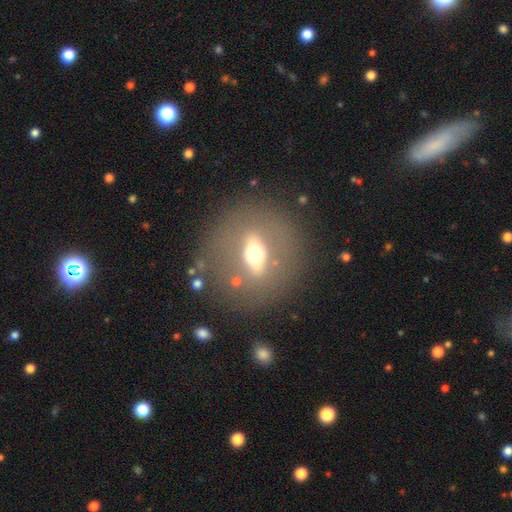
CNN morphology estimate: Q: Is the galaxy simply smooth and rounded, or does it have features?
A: featured or disk — 58%.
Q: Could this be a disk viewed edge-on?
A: no — 53%.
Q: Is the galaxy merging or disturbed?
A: none — 82%.